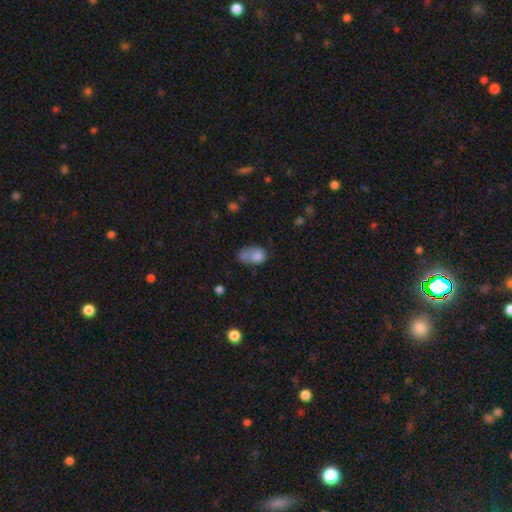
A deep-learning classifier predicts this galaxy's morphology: This is likely a smooth galaxy (74%). How rounded: clearly in between (81%). Merging: marginally none (26%).